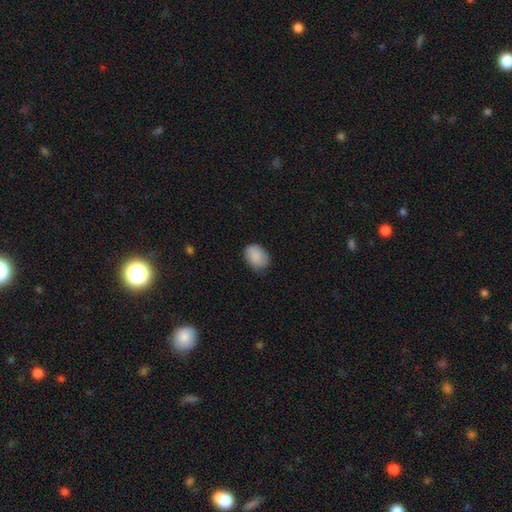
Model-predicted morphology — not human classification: smooth_or_featured: smooth (p=0.88) [alt: star or artifact p=0.07]
how_rounded: in between (p=0.73) [alt: round p=0.26]
merging: none (p=0.77) [alt: minor disturbance p=0.18]